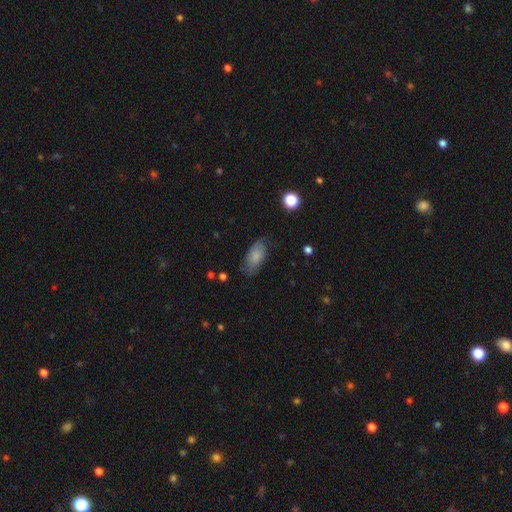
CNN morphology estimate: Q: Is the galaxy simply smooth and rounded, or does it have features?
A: smooth — 75%.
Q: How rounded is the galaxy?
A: in between — 91%.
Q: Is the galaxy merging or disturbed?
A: none — 66%.